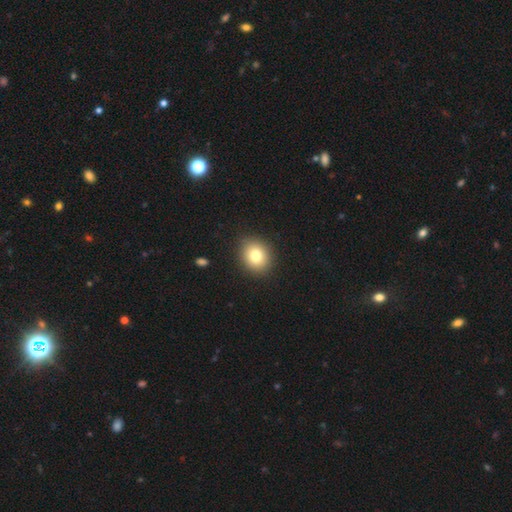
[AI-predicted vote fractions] smooth_or_featured: smooth (p=0.80) [alt: star or artifact p=0.10]
how_rounded: round (p=0.68) [alt: in between p=0.31]
merging: none (p=0.90) [alt: minor disturbance p=0.07]